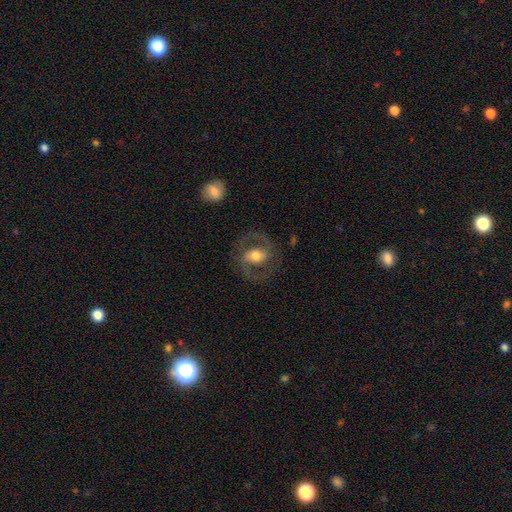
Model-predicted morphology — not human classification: featured or disk 74%, smooth 20%, star or artifact 6%. Down the decision tree: edge-on disk — no (97%); bar — weak (41%); spiral arms — yes (83%); spiral arm count — 2 (90%); spiral winding — medium (57%); bulge size — moderate (66%); merging — none (78%).